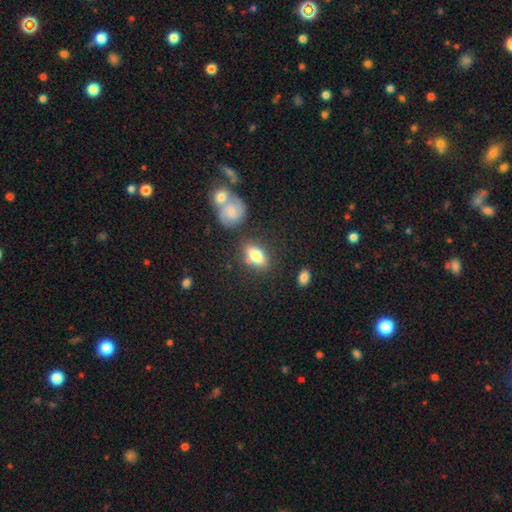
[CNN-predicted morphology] The model was most divided on "merging": none: 69%, minor disturbance: 14%, merger: 12%, major disturbance: 4%. More confident: how rounded — in between (82%); smooth or featured — smooth (76%).